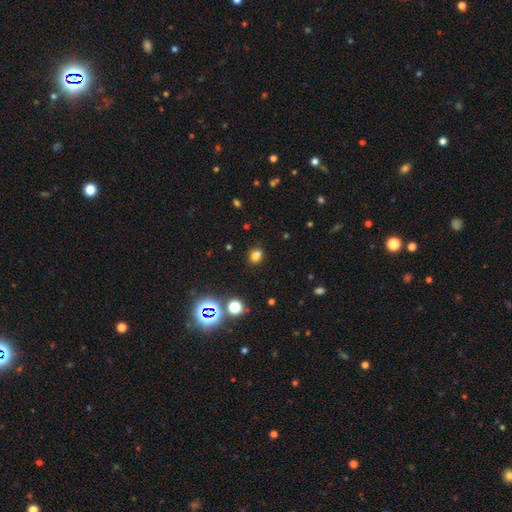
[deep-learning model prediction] smooth 72%, star or artifact 22%, featured or disk 6%. Down the decision tree: how rounded — round (51%); merging — none (80%).